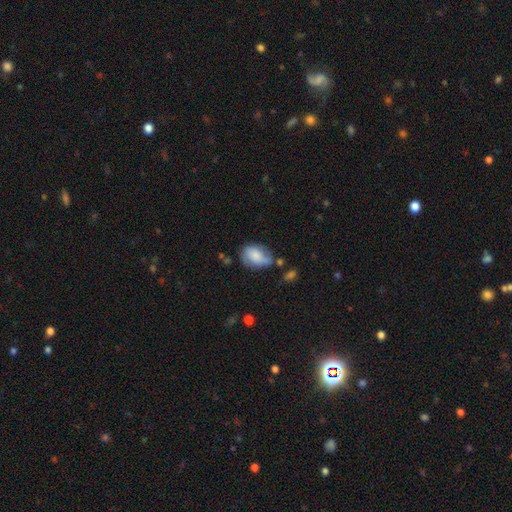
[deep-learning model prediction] This appears to be a smooth galaxy with no disk features (69%) that is in between round and cigar-shaped (79%). Merging: none (50%).